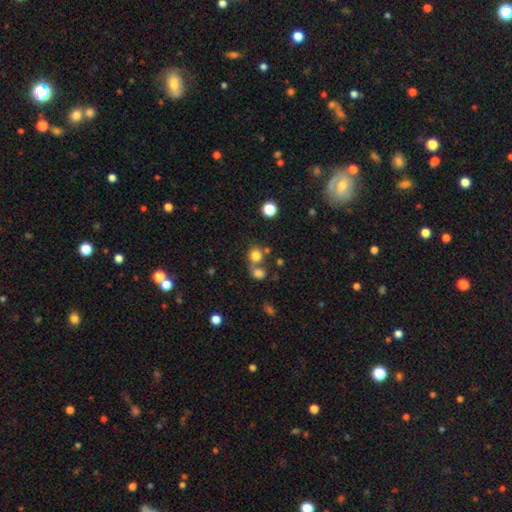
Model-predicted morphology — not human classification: Overall: smooth (78%). How rounded: round (83%). Merging: none (48%; merger 39%).